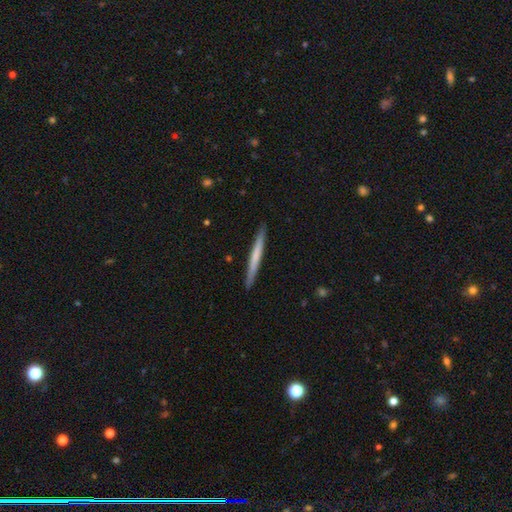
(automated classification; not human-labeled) smooth-or-featured: smooth: 58% | featured or disk: 37% | star or artifact: 5%
  how-rounded: cigar-shaped: 97% | in between: 2% | round: 1%
  merging: none: 91% | minor disturbance: 6% | major disturbance: 1% | merger: 1%